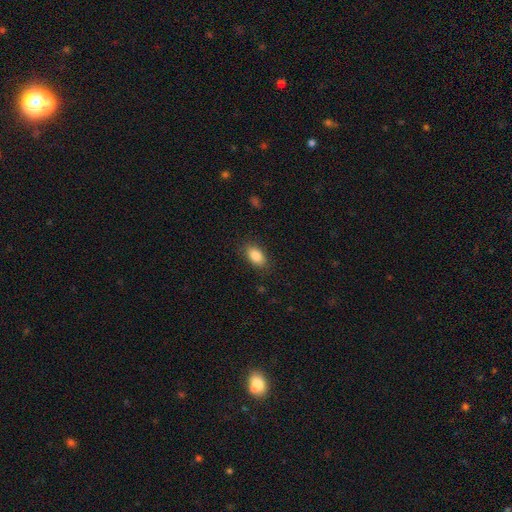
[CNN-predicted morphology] A smooth galaxy with no disk features (86%) that is in between round and cigar-shaped (91%). Merging: none (86%).